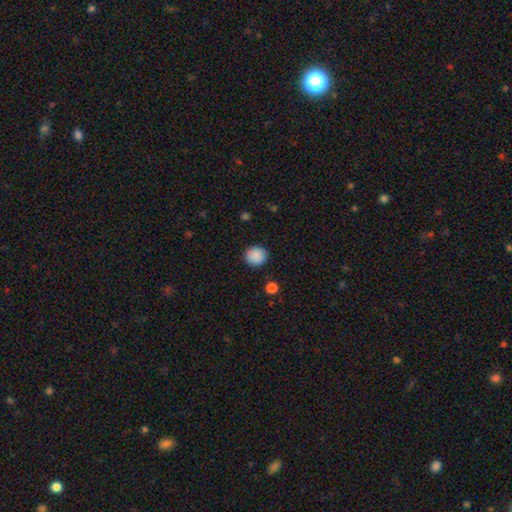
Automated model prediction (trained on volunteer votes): Smooth or featured? smooth (89%)
How rounded? round (89%)
Merging? none (90%)